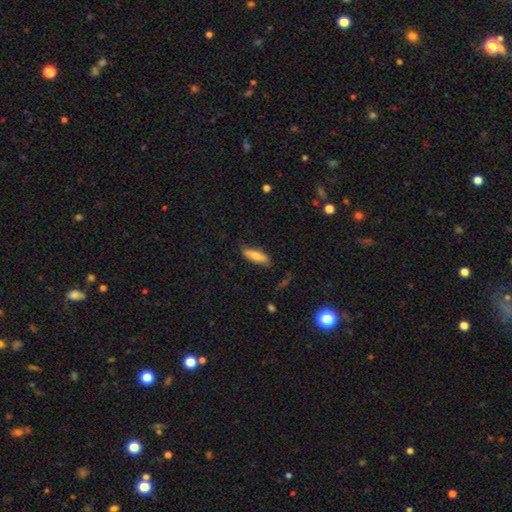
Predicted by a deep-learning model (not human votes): This is likely a smooth galaxy (73%). How rounded: possibly in between (53%). Merging: likely none (79%).